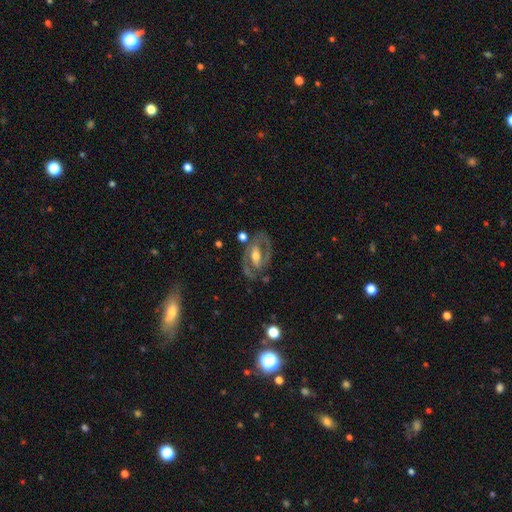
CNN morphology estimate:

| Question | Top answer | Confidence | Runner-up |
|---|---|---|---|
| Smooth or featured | featured or disk | 79% | smooth (16%) |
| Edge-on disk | no | 93% | yes (7%) |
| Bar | strong | 36% | weak (34%) |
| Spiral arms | yes | 73% | no (27%) |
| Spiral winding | medium | 46% | tight (38%) |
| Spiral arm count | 2 | 80% | can't tell (10%) |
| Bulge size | moderate | 65% | small (21%) |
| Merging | none | 70% | minor disturbance (17%) |